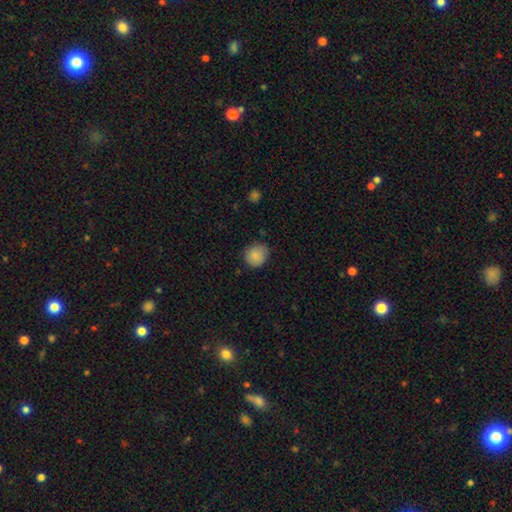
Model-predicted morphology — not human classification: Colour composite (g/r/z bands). It shows a smooth galaxy with no disk features (86%) that is round (81%). Merging: none (76%).